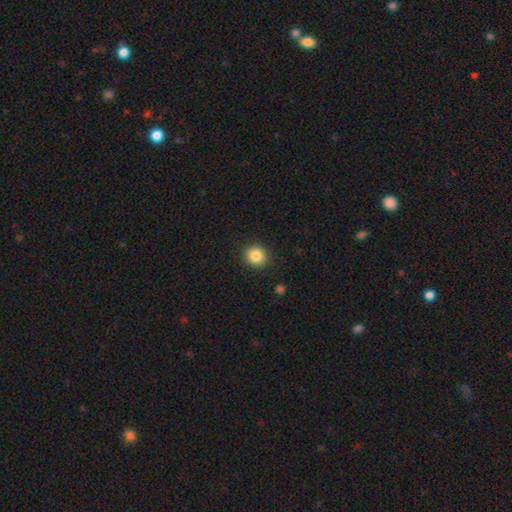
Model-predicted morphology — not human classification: smooth 86%, star or artifact 10%, featured or disk 5%. Down the decision tree: how rounded — round (87%); merging — none (90%).